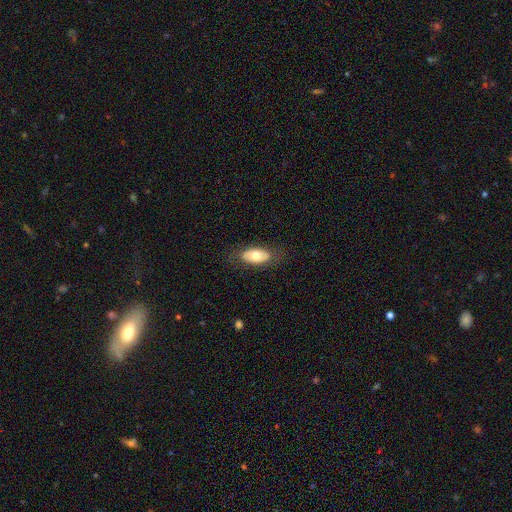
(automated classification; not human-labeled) Smooth or featured: smooth — 62% (featured or disk — 32%)
How rounded: in between — 92% (cigar-shaped — 5%)
Merging: none — 80% (minor disturbance — 14%)